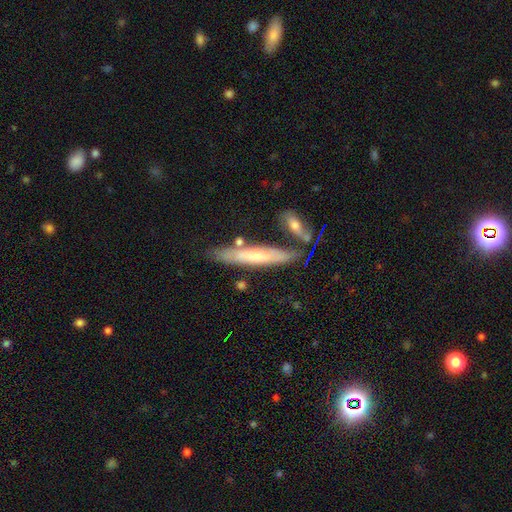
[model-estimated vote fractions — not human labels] Smooth or featured?
  - smooth: 50% *
  - featured or disk: 44%
  - star or artifact: 6%
Merging?
  - none: 72% *
  - minor disturbance: 15%
  - merger: 10%
  - major disturbance: 4%